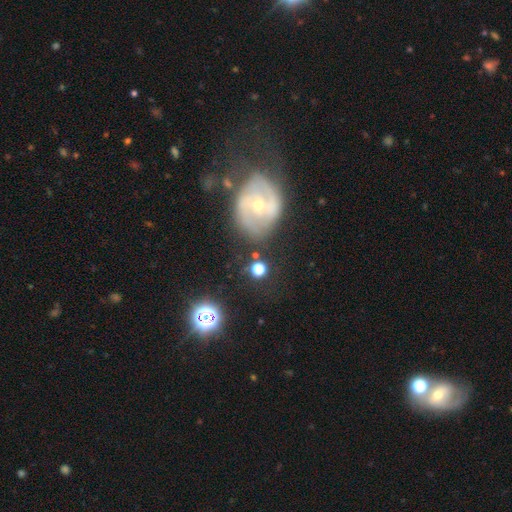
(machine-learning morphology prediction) Q: Smooth or featured?
A: featured or disk (56%); runner-up: smooth (28%)
Q: Edge-on disk?
A: no (95%); runner-up: yes (5%)
Q: Bar?
A: no (45%); runner-up: weak (37%)
Q: Spiral arms?
A: yes (78%); runner-up: no (22%)
Q: Bulge size?
A: small (52%); runner-up: moderate (44%)
Q: Merging?
A: none (70%); runner-up: minor disturbance (17%)